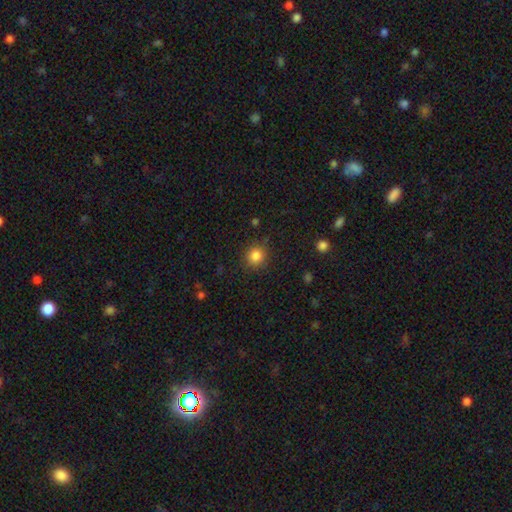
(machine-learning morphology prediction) smooth_or_featured: smooth (p=0.84) [alt: star or artifact p=0.11]
how_rounded: round (p=0.90) [alt: in between p=0.09]
merging: none (p=0.85) [alt: minor disturbance p=0.10]